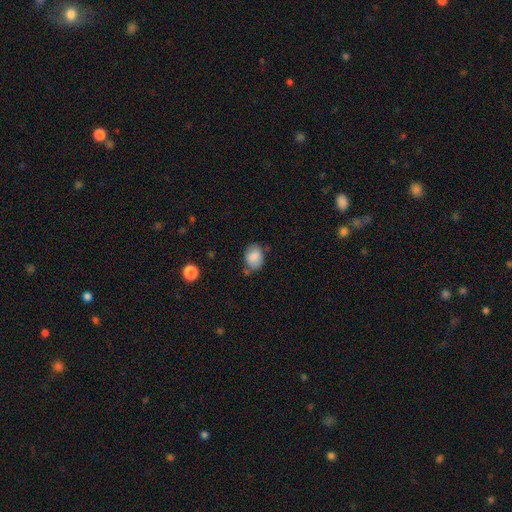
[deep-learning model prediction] Smooth or featured? Predicted: smooth (p=0.83). How rounded? Predicted: in between (p=0.64). Merging? Predicted: none (p=0.63).